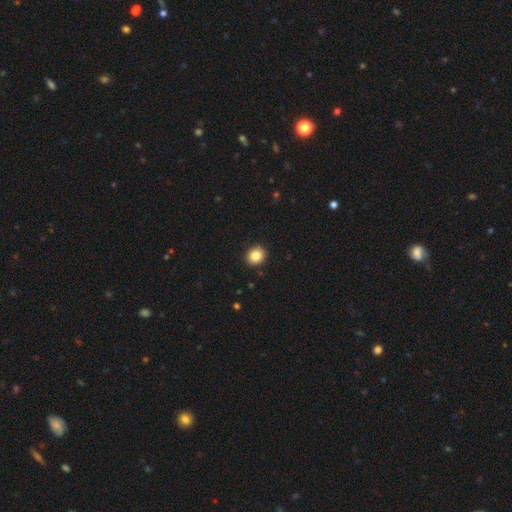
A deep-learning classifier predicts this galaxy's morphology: smooth 84%, star or artifact 9%, featured or disk 6%. Down the decision tree: how rounded — round (78%); merging — none (92%).